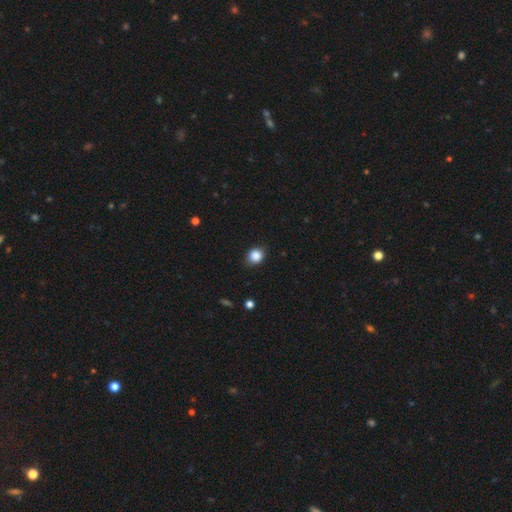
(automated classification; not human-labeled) Smooth or featured? Predicted: smooth (p=0.87). How rounded? Predicted: round (p=0.74). Merging? Predicted: none (p=0.84).